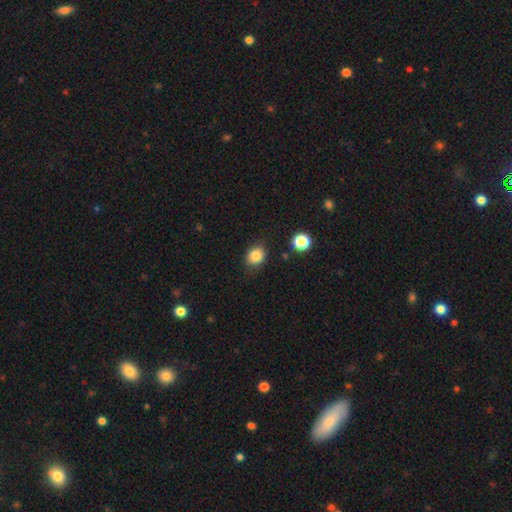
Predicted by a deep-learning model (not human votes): This is clearly a smooth galaxy (85%). How rounded: possibly round (60%). Merging: clearly none (81%).